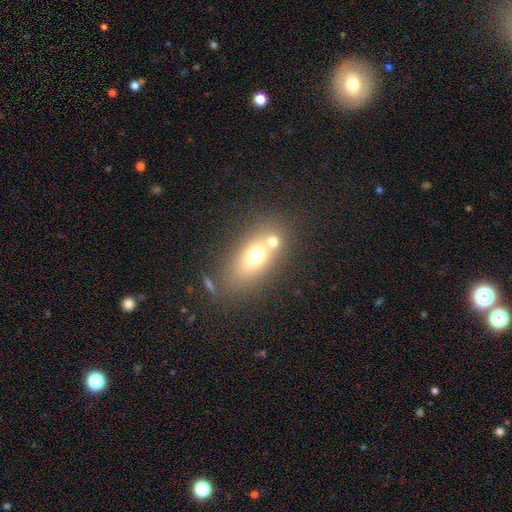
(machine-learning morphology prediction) This is likely a smooth galaxy (65%). How rounded: likely in between (73%). Merging: possibly none (48%).